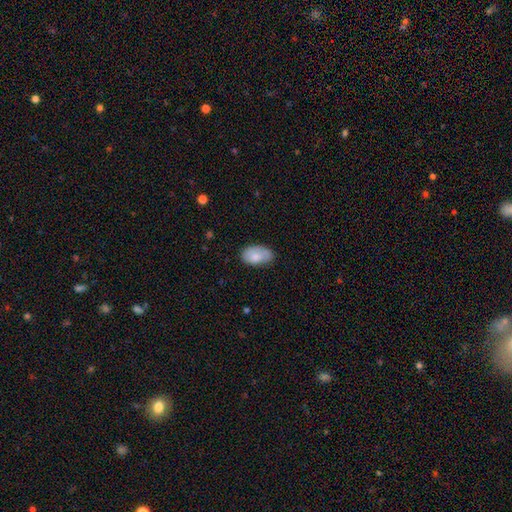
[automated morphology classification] A smooth galaxy with no disk features (79%) that is in between round and cigar-shaped (93%).

Vote fractions:
- Smooth or featured? smooth: 79% / featured or disk: 15% / star or artifact: 7%
- How rounded? in between: 93% / round: 6% / cigar-shaped: 1%
- Merging? none: 68% / minor disturbance: 26% / major disturbance: 5% / merger: 1%